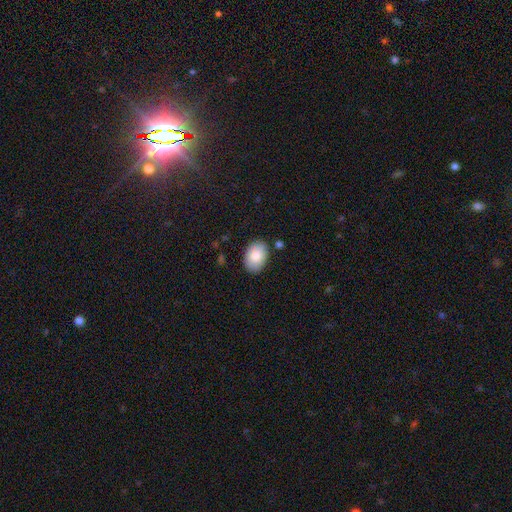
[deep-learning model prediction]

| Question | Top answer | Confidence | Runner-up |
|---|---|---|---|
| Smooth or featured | smooth | 85% | featured or disk (9%) |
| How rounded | in between | 85% | round (14%) |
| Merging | none | 84% | minor disturbance (11%) |